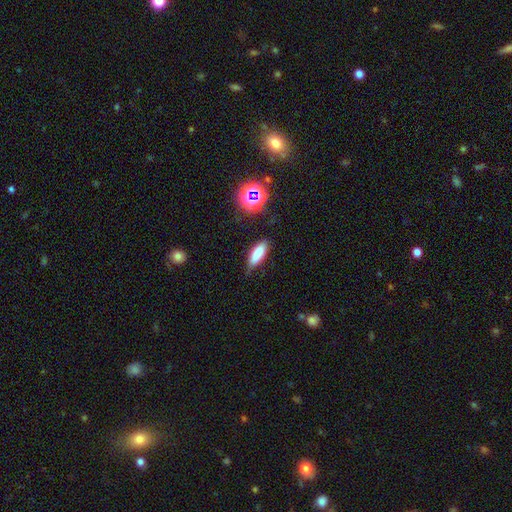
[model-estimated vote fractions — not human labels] Q: Smooth or featured?
A: smooth (80%); runner-up: star or artifact (10%)
Q: How rounded?
A: in between (64%); runner-up: cigar-shaped (33%)
Q: Merging?
A: none (75%); runner-up: minor disturbance (19%)